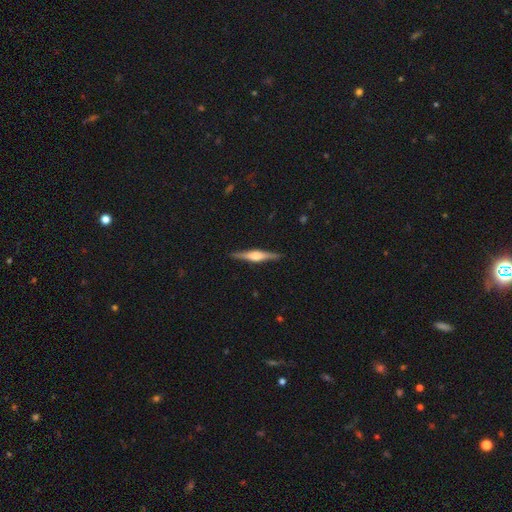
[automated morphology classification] Smooth or featured: featured or disk — 77% (smooth — 18%)
Edge-on disk: yes — 98% (no — 2%)
Edge-on bulge: rounded — 87% (boxy — 10%)
Merging: none — 91% (minor disturbance — 6%)